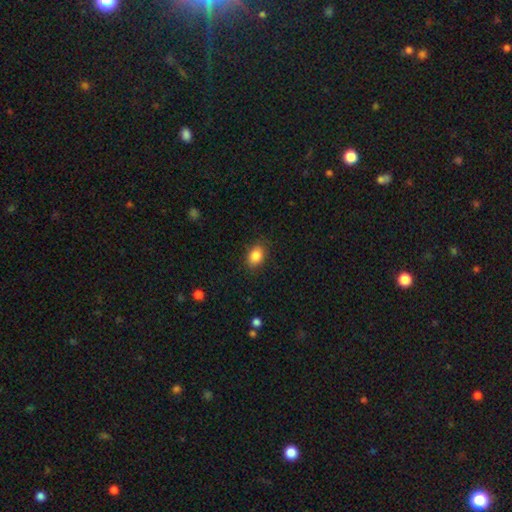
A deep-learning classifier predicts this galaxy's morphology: smooth_or_featured: smooth (p=0.86) [alt: star or artifact p=0.09]
how_rounded: in between (p=0.73) [alt: round p=0.25]
merging: none (p=0.85) [alt: minor disturbance p=0.11]